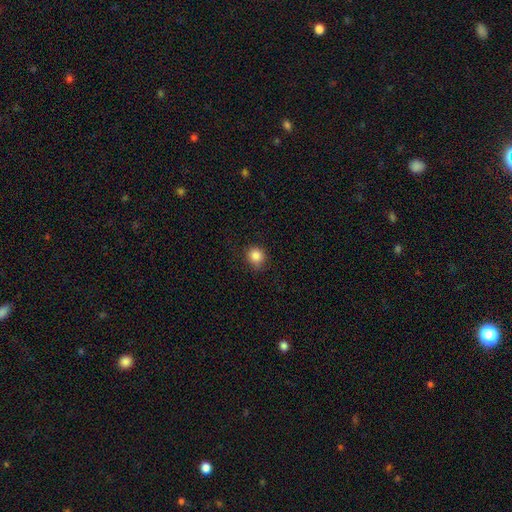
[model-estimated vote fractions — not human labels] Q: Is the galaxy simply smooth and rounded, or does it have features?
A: smooth — 86%.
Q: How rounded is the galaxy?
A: round — 81%.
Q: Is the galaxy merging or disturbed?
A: none — 80%.